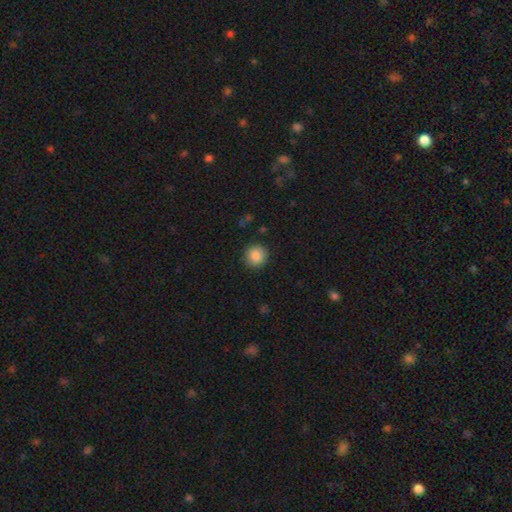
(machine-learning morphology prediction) This is clearly a smooth galaxy (87%). How rounded: clearly round (93%). Merging: clearly none (90%).